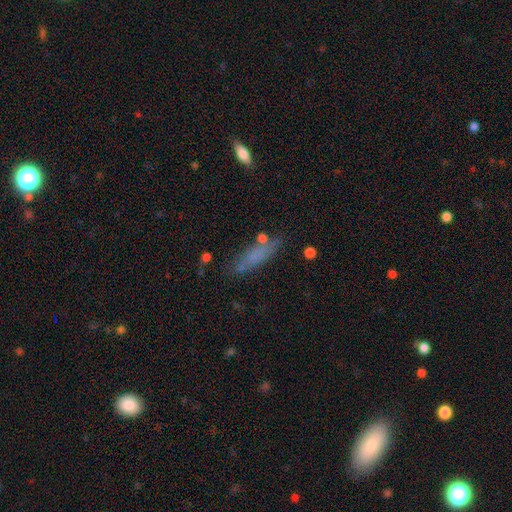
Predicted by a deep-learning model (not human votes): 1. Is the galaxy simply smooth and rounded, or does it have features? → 64% smooth, 24% featured or disk, 12% star or artifact.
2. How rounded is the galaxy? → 63% cigar-shaped, 34% in between, 3% round.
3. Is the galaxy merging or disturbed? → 66% none, 20% minor disturbance, 8% major disturbance, 6% merger.